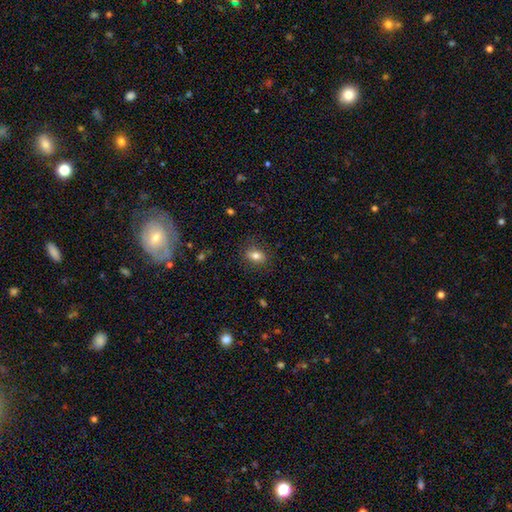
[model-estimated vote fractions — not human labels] The model was most divided on "smooth or featured": smooth: 76%, featured or disk: 14%, star or artifact: 10%. More confident: merging — none (82%); how rounded — in between (79%).